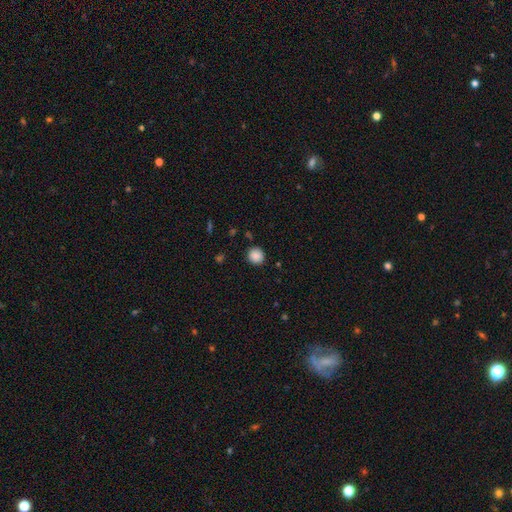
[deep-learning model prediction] Smooth or featured?
  - smooth: 88% *
  - star or artifact: 9%
  - featured or disk: 3%
How rounded?
  - round: 90% *
  - in between: 9%
  - cigar-shaped: 1%
Merging?
  - none: 88% *
  - minor disturbance: 8%
  - major disturbance: 2%
  - merger: 2%